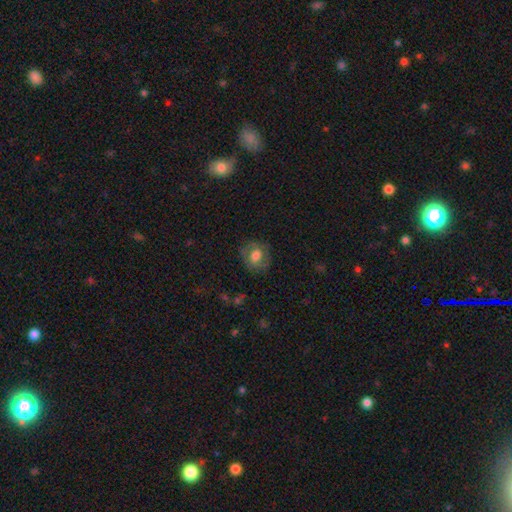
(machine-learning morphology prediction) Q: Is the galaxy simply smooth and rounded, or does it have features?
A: smooth — 50%.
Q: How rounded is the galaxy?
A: round — 70%.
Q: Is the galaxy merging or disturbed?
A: none — 75%.